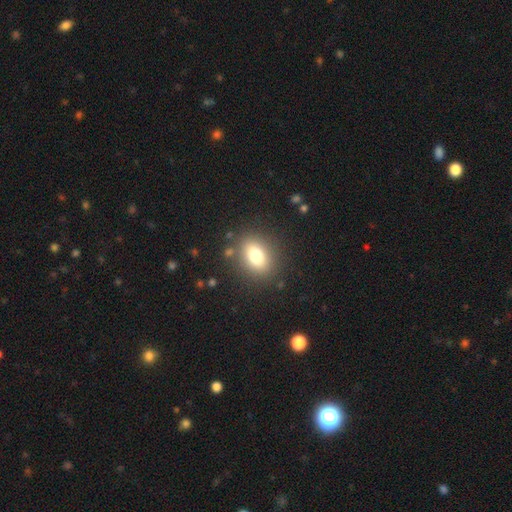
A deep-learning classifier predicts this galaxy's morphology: Smooth or featured: smooth — 77% (featured or disk — 12%)
How rounded: in between — 61% (round — 37%)
Merging: none — 84% (minor disturbance — 9%)